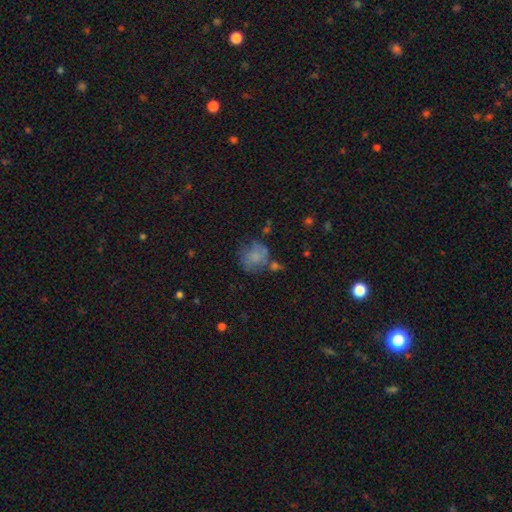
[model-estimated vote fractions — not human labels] Smooth or featured? Predicted: smooth (p=0.65). How rounded? Predicted: round (p=0.74). Merging? Predicted: none (p=0.45).